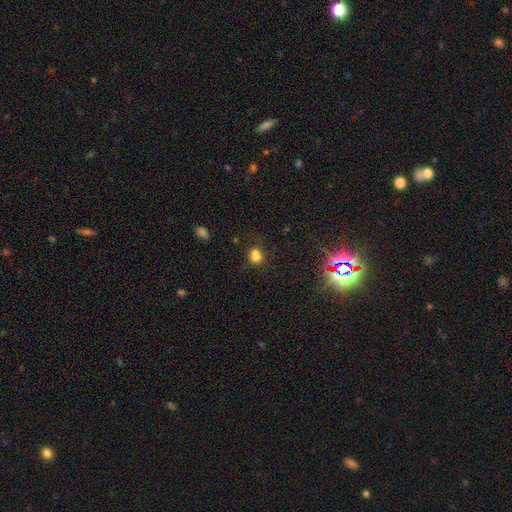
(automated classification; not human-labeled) A smooth galaxy with no disk features (79%) that is round (51%).

Vote fractions:
- Smooth or featured? smooth: 79% / star or artifact: 15% / featured or disk: 6%
- How rounded? round: 51% / in between: 48% / cigar-shaped: 1%
- Merging? none: 67% / minor disturbance: 19% / merger: 8% / major disturbance: 7%